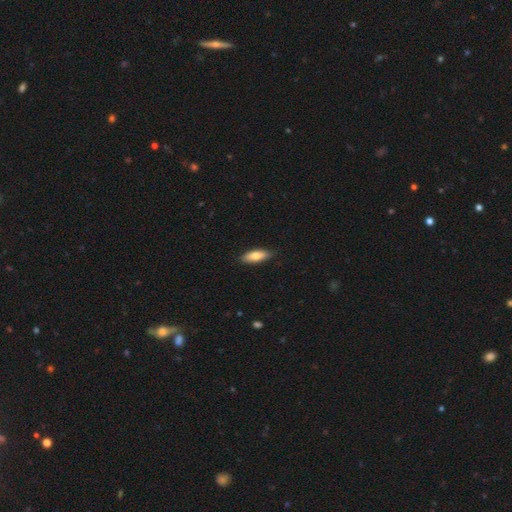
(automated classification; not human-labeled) A smooth galaxy with no disk features (76%) that is in between round and cigar-shaped (63%).

Vote fractions:
- Smooth or featured? smooth: 76% / featured or disk: 18% / star or artifact: 6%
- How rounded? in between: 63% / cigar-shaped: 35% / round: 2%
- Merging? none: 87% / minor disturbance: 11% / major disturbance: 2% / merger: 1%